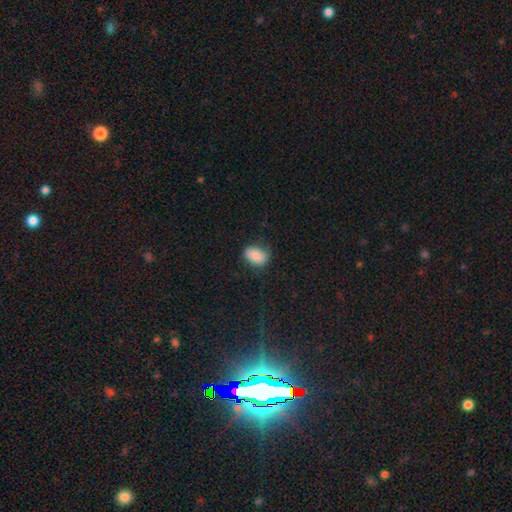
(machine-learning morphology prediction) The model was most divided on "merging": none: 73%, minor disturbance: 20%, major disturbance: 5%, merger: 1%. More confident: smooth or featured — smooth (86%); how rounded — in between (84%).